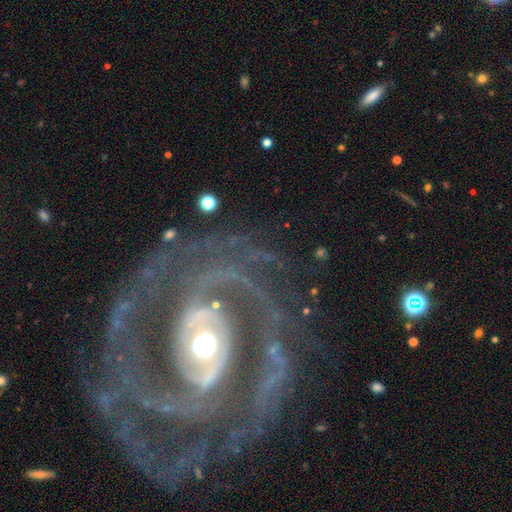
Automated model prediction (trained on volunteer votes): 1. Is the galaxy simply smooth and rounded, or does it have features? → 90% featured or disk, 5% star or artifact, 5% smooth.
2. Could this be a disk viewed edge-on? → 97% no, 3% yes.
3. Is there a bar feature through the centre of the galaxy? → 49% no, 26% weak, 25% strong.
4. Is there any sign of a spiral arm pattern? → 94% yes, 6% no.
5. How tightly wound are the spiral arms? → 52% tight, 36% medium, 12% loose.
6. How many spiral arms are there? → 47% 2, 16% can't tell, 13% 3, 8% 4, 8% more than 4, 8% 1.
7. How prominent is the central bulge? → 65% moderate, 18% large, 14% small, 2% dominant, 1% none.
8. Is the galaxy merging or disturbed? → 70% none, 14% minor disturbance, 13% major disturbance, 3% merger.